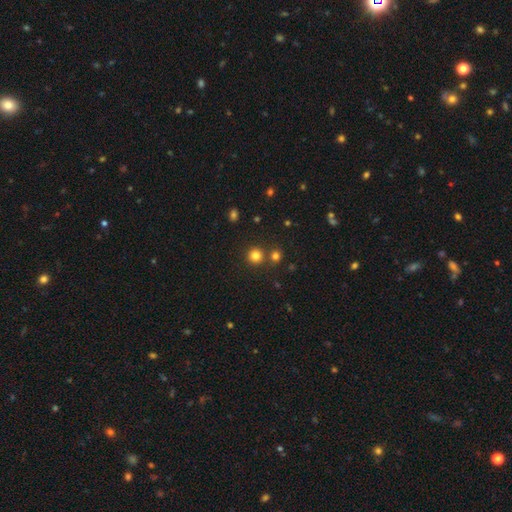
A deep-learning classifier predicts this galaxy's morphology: smooth_or_featured: smooth (p=0.79) [alt: star or artifact p=0.16]
how_rounded: round (p=0.94) [alt: in between p=0.05]
merging: none (p=0.80) [alt: merger p=0.12]